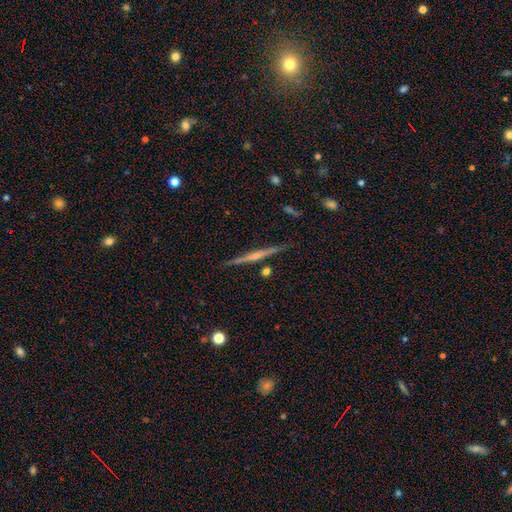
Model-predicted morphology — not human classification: Overall: featured or disk (70%). Edge-on disk: yes (98%). Edge-on bulge: rounded (46%; none 43%). Merging: none (89%).